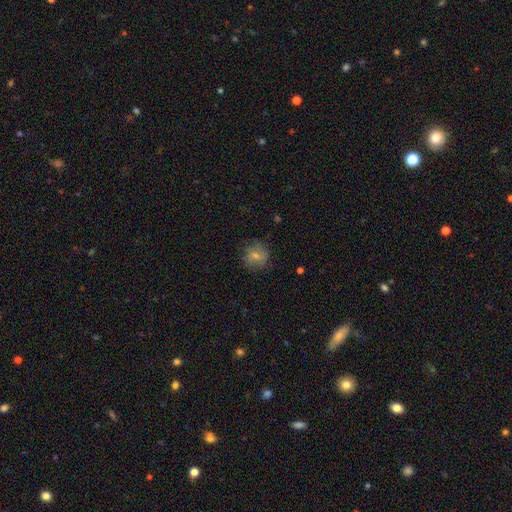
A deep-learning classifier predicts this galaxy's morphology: smooth-or-featured: smooth: 56% | featured or disk: 27% | star or artifact: 17%
  how-rounded: round: 86% | in between: 13% | cigar-shaped: 1%
  merging: none: 83% | minor disturbance: 12% | major disturbance: 4% | merger: 1%